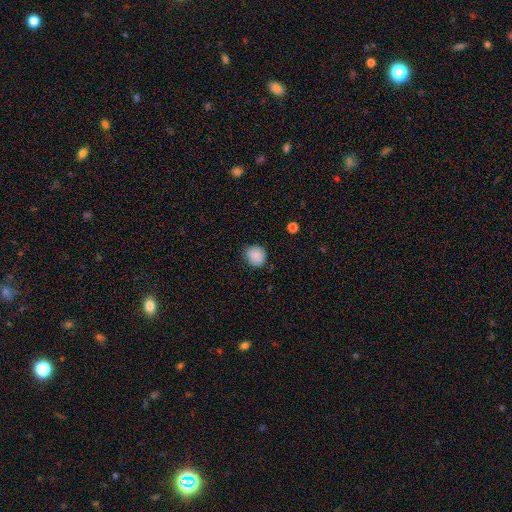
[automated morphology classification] smooth-or-featured: smooth: 88% | star or artifact: 8% | featured or disk: 3%
  how-rounded: round: 79% | in between: 20% | cigar-shaped: 1%
  merging: none: 82% | minor disturbance: 14% | major disturbance: 3% | merger: 1%